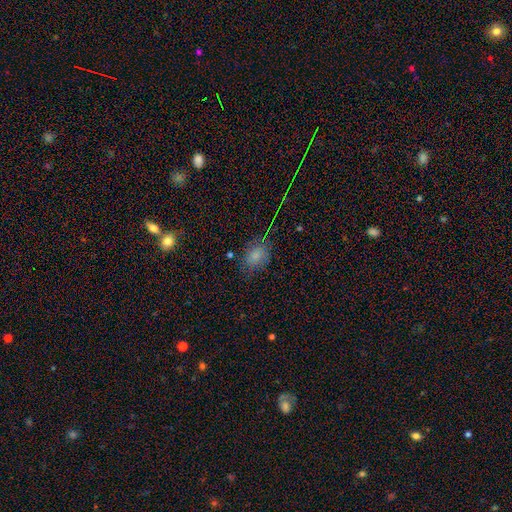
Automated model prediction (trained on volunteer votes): This appears to be a smooth galaxy with no disk features (77%) that is in between round and cigar-shaped (73%). Merging: none (69%).